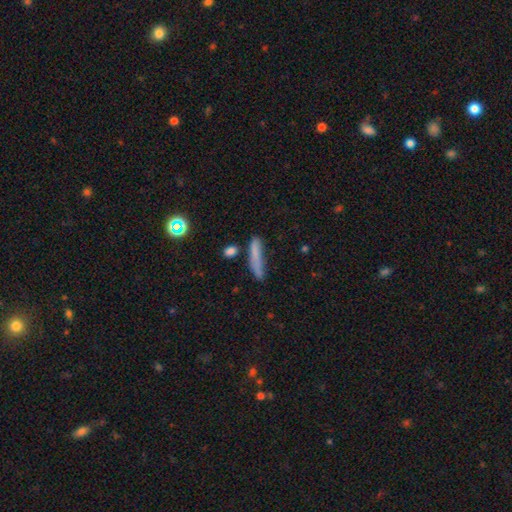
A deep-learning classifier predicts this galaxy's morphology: This is likely a smooth galaxy (73%). How rounded: clearly cigar-shaped (86%). Merging: likely none (62%).